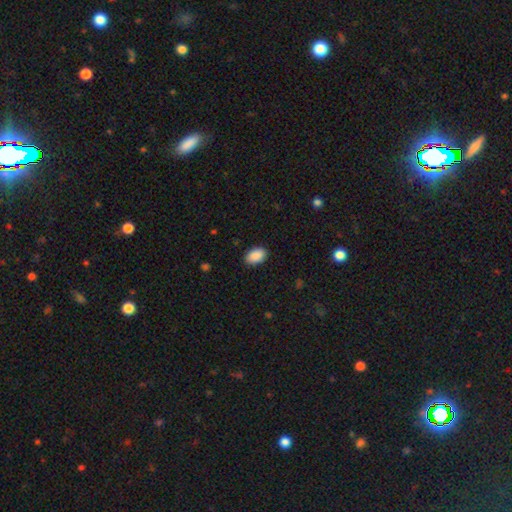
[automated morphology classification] Smooth or featured? smooth (91%)
How rounded? in between (91%)
Merging? none (89%)